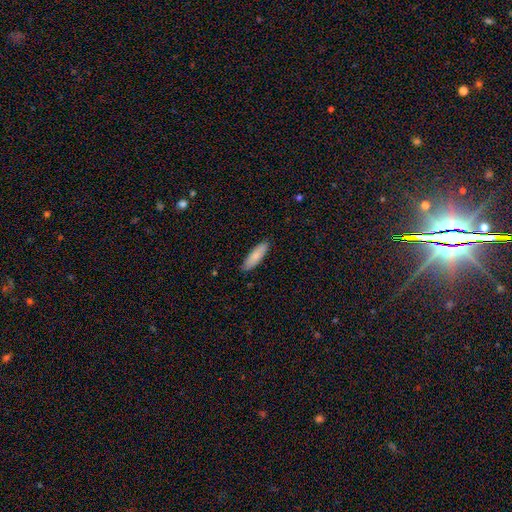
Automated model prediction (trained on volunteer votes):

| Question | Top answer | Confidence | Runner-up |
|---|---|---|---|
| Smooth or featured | smooth | 82% | featured or disk (12%) |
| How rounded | cigar-shaped | 55% | in between (43%) |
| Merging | none | 89% | minor disturbance (9%) |